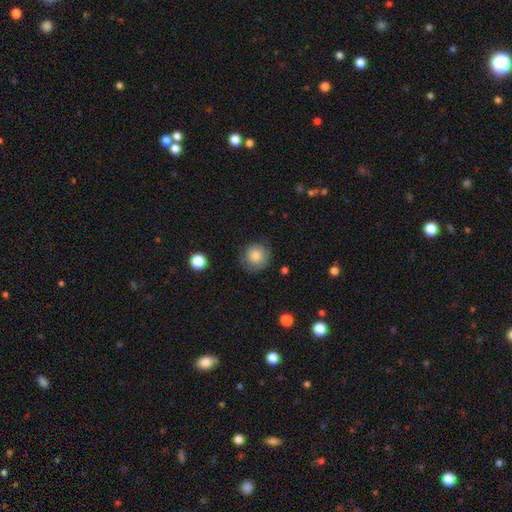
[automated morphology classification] Q: Smooth or featured?
A: smooth (81%); runner-up: featured or disk (11%)
Q: How rounded?
A: round (90%); runner-up: in between (9%)
Q: Merging?
A: none (75%); runner-up: minor disturbance (18%)